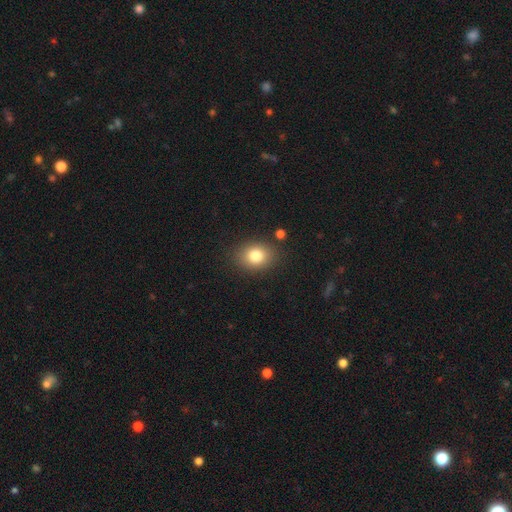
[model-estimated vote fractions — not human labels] Q: Smooth or featured?
A: smooth (80%); runner-up: star or artifact (11%)
Q: How rounded?
A: in between (53%); runner-up: round (46%)
Q: Merging?
A: none (84%); runner-up: minor disturbance (10%)